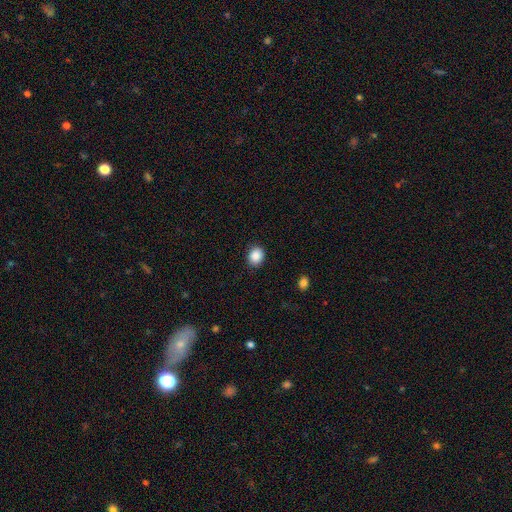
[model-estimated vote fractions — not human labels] A smooth galaxy with no disk features (88%) that is round (61%). Merging: none (88%).